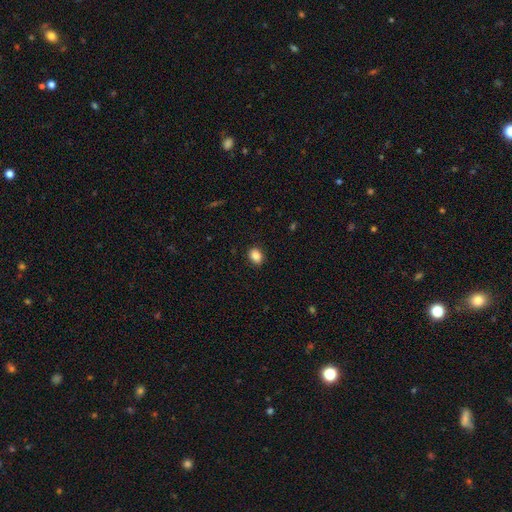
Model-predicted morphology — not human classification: The model was most divided on "how rounded": in between: 60%, round: 39%, cigar-shaped: 1%. More confident: merging — none (89%); smooth or featured — smooth (87%).